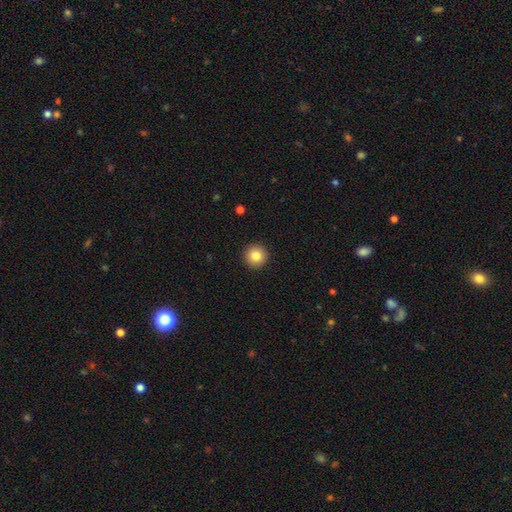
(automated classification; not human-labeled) Q: Smooth or featured?
A: smooth (82%); runner-up: star or artifact (10%)
Q: How rounded?
A: round (96%); runner-up: in between (3%)
Q: Merging?
A: none (94%); runner-up: minor disturbance (4%)